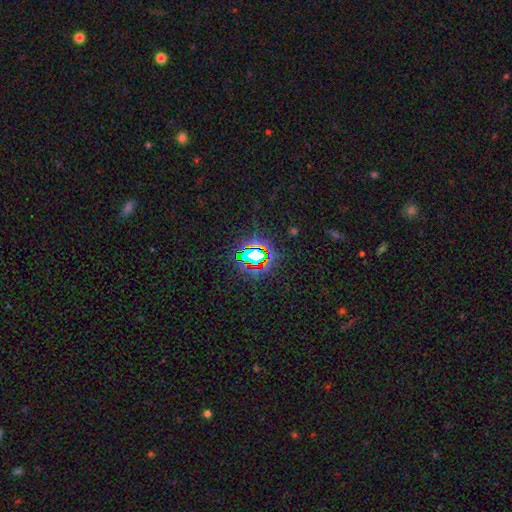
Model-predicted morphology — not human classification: Smooth or featured: star or artifact — 73% (smooth — 16%)